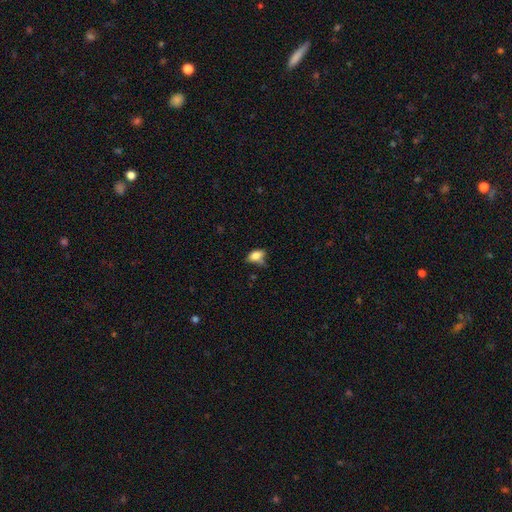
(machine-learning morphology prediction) Overall: smooth (77%). How rounded: in between (85%). Merging: none (42%; minor disturbance 36%).